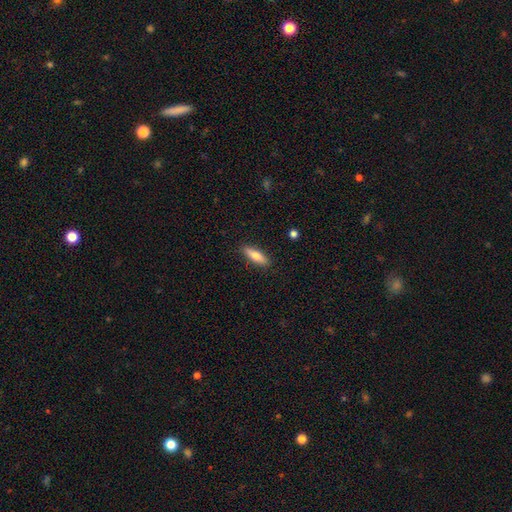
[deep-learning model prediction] The model was most divided on "how rounded": cigar-shaped: 54%, in between: 44%, round: 2%. More confident: merging — none (88%); smooth or featured — smooth (70%).